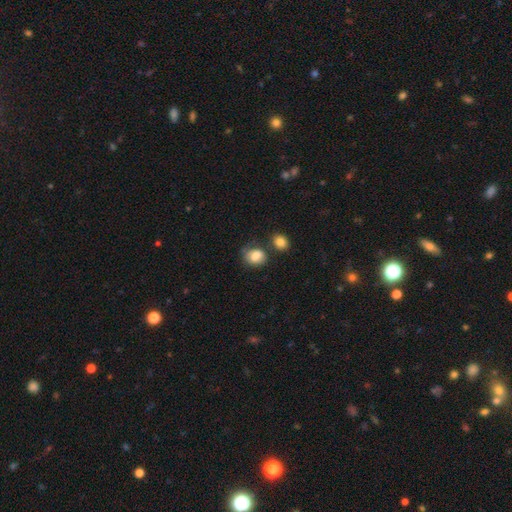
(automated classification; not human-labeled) Smooth or featured: smooth — 80% (featured or disk — 10%)
How rounded: in between — 50% (round — 49%)
Merging: none — 53% (minor disturbance — 23%)